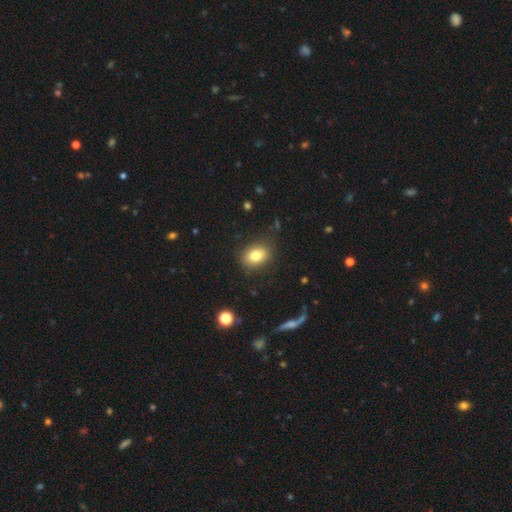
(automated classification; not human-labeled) This appears to be a smooth galaxy with no disk features (81%) that is in between round and cigar-shaped (66%). Merging: none (84%).